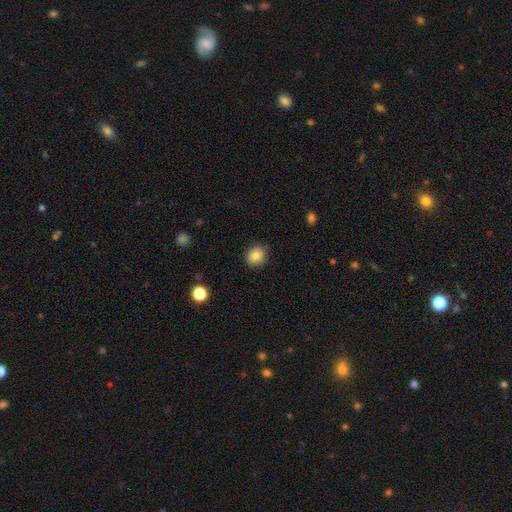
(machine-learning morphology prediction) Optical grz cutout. It shows a smooth galaxy with no disk features (86%) that is round (80%). Merging: none (87%).